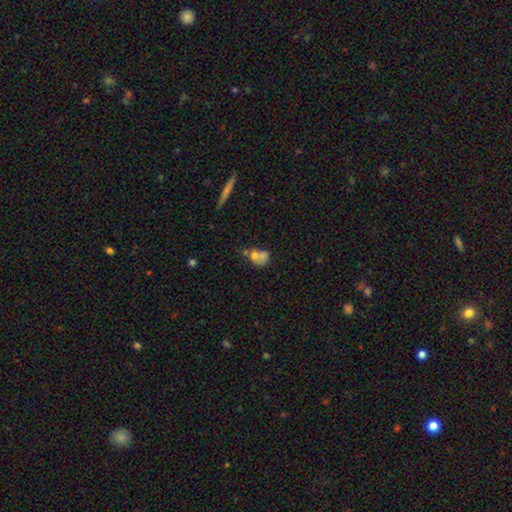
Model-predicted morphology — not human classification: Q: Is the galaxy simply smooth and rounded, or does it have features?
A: smooth — 64%.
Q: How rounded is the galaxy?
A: in between — 50%.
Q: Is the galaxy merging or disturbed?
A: merger — 47%.